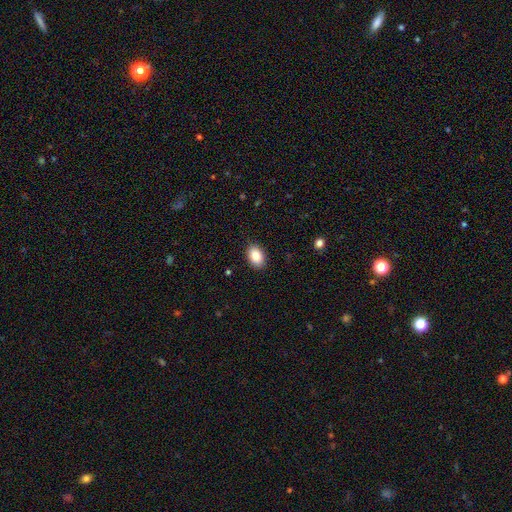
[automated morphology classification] A smooth galaxy with no disk features (86%) that is in between round and cigar-shaped (86%). Merging: none (89%).